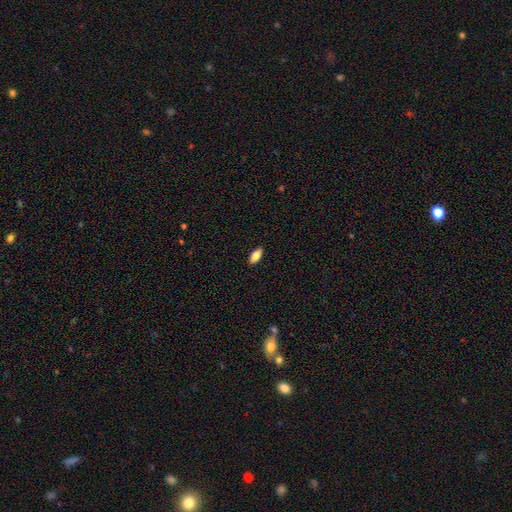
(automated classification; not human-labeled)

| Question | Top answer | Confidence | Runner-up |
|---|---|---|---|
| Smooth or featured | smooth | 83% | featured or disk (10%) |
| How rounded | in between | 87% | cigar-shaped (10%) |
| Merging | none | 90% | minor disturbance (8%) |